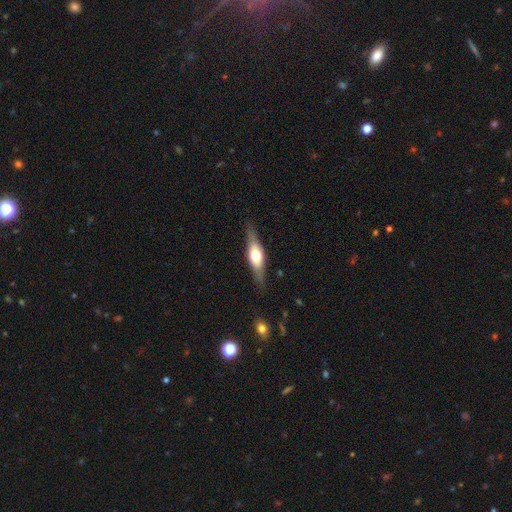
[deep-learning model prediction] Smooth or featured?
  - featured or disk: 58% *
  - smooth: 37%
  - star or artifact: 6%
Edge-on disk?
  - yes: 89% *
  - no: 11%
Edge-on bulge?
  - rounded: 90% *
  - boxy: 8%
  - none: 2%
Merging?
  - none: 84% *
  - minor disturbance: 12%
  - major disturbance: 3%
  - merger: 1%